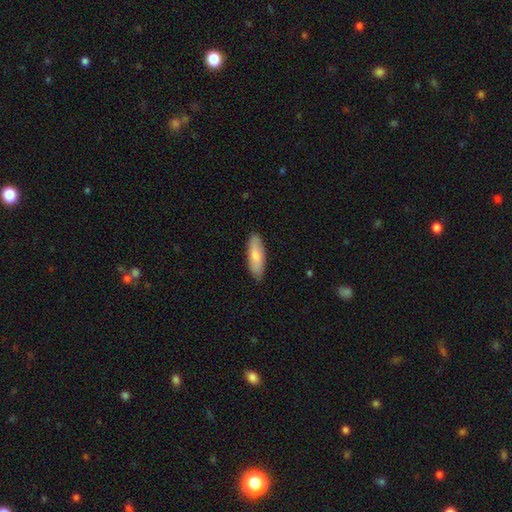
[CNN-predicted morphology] Smooth or featured? Predicted: smooth (p=0.77). How rounded? Predicted: in between (p=0.60). Merging? Predicted: none (p=0.85).